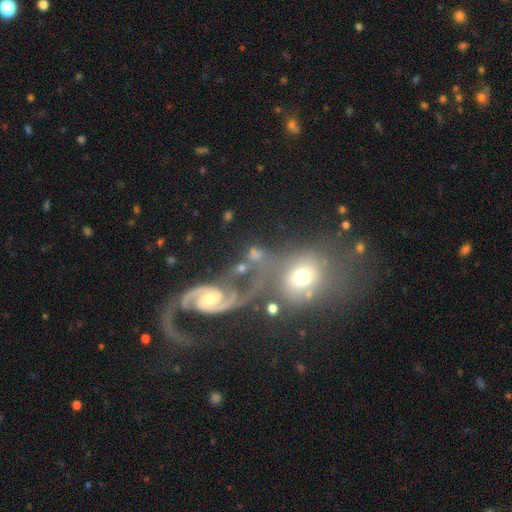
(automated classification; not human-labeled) smooth-or-featured: featured or disk: 63% | smooth: 25% | star or artifact: 12%
  disk-edge-on: no: 96% | yes: 4%
    bar: no: 45% | weak: 40% | strong: 14%
    has-spiral-arms: yes: 89% | no: 11%
      spiral-winding: medium: 45% | loose: 40% | tight: 15%
      spiral-arm-count: 2: 92% | can't tell: 3% | 1: 2% | 3: 1% | 4: 1% | more than 4: 1%
    bulge-size: moderate: 48% | small: 37% | large: 8% | none: 4% | dominant: 3%
  merging: none: 45% | merger: 29% | minor disturbance: 14% | major disturbance: 12%